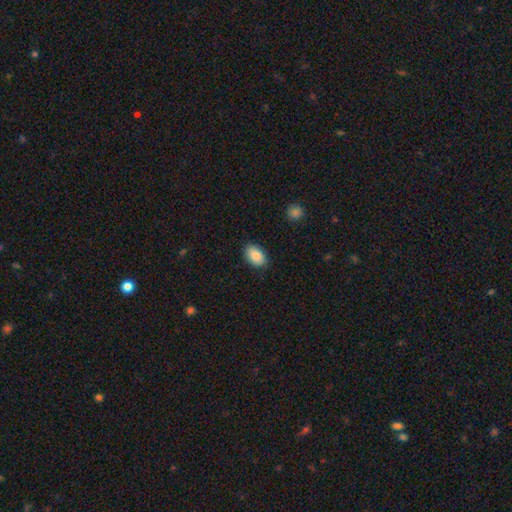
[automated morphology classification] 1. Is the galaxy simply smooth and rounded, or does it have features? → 86% smooth, 7% star or artifact, 7% featured or disk.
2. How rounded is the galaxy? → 87% in between, 11% round, 1% cigar-shaped.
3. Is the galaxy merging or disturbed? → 86% none, 11% minor disturbance, 2% major disturbance, 1% merger.